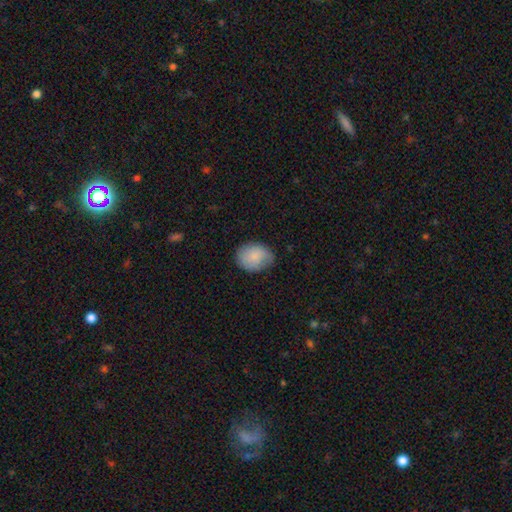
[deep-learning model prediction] A smooth galaxy with no disk features (80%) that is in between round and cigar-shaped (59%). Merging: none (71%).